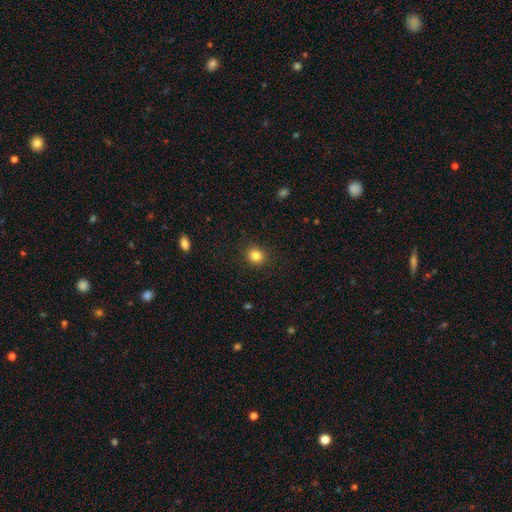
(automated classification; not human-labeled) Smooth or featured: smooth — 84% (star or artifact — 11%)
How rounded: round — 86% (in between — 13%)
Merging: none — 90% (minor disturbance — 6%)